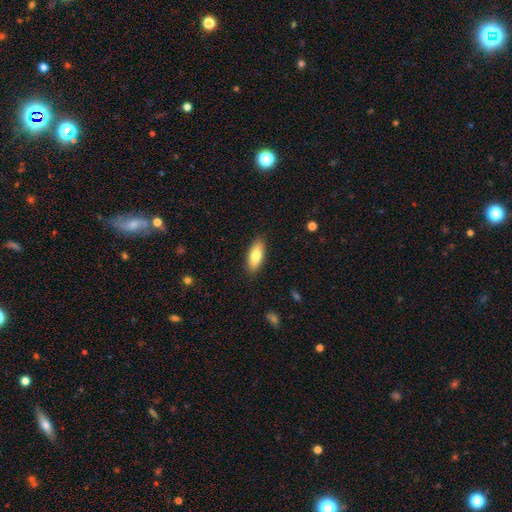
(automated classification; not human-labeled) Morphology: type=smooth (80%); roundness=in between (77%); merging=none (88%).